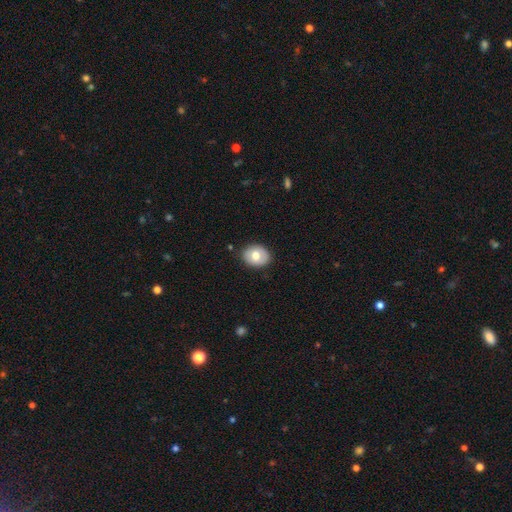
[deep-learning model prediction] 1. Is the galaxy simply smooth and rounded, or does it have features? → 72% smooth, 21% featured or disk, 7% star or artifact.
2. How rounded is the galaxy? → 51% in between, 48% round, 1% cigar-shaped.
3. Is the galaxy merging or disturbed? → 86% none, 10% minor disturbance, 2% major disturbance, 1% merger.